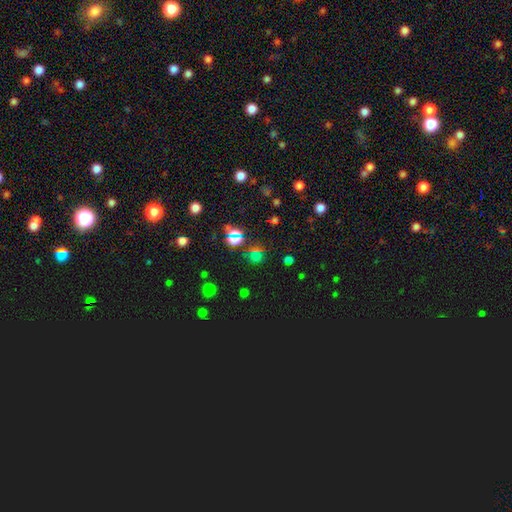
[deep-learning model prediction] A star or artifact, not a galaxy (60%).